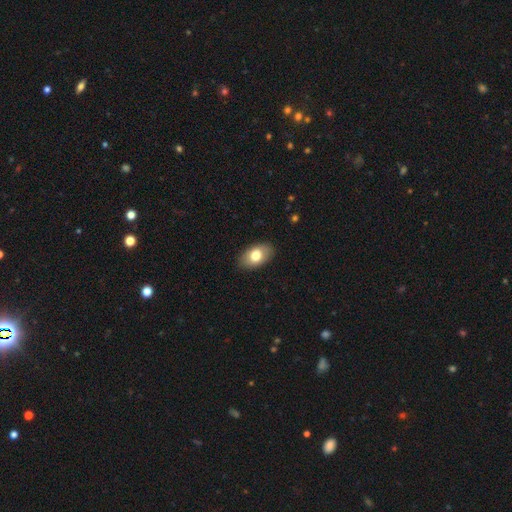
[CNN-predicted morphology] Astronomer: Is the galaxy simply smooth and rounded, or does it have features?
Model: smooth — 77%.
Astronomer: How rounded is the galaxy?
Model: in between — 92%.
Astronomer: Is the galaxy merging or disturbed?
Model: none — 87%.